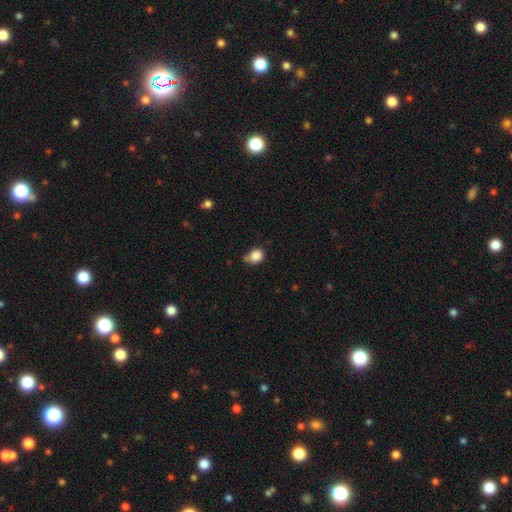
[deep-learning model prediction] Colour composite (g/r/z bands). It shows a smooth galaxy with no disk features (85%) that is round (66%). Merging: none (51%).